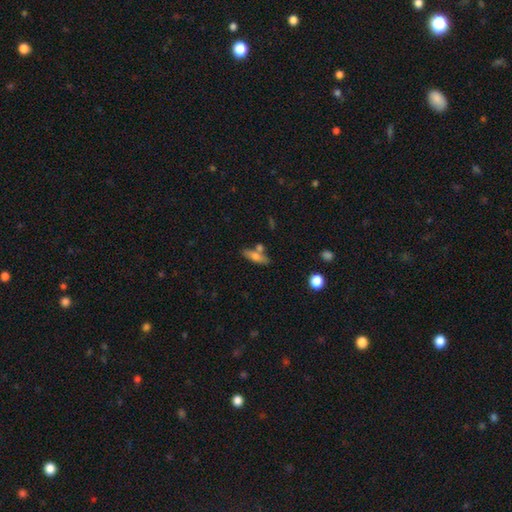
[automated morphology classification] smooth_or_featured: smooth (p=0.67) [alt: featured or disk p=0.25]
how_rounded: cigar-shaped (p=0.56) [alt: in between p=0.41]
merging: none (p=0.64) [alt: merger p=0.20]